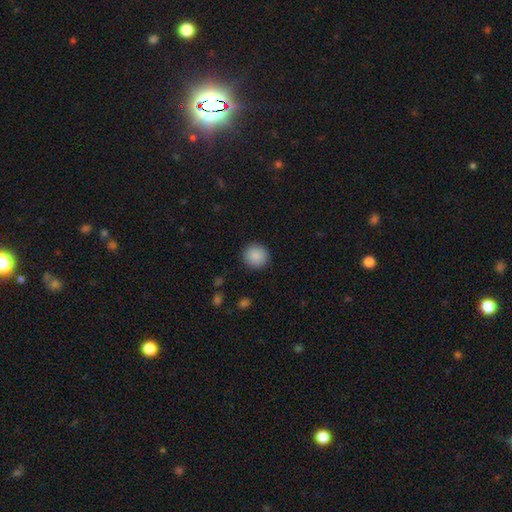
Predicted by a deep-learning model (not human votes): Morphology: type=smooth (89%); roundness=round (93%); merging=none (92%).